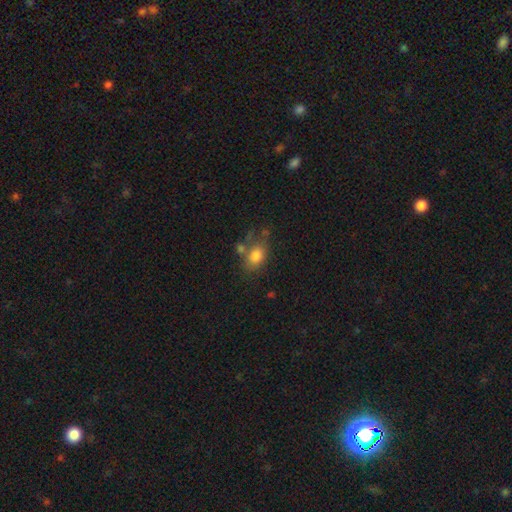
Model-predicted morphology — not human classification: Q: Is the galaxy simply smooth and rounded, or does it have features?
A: smooth — 78%.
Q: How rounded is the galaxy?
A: in between — 72%.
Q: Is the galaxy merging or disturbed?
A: none — 47%.